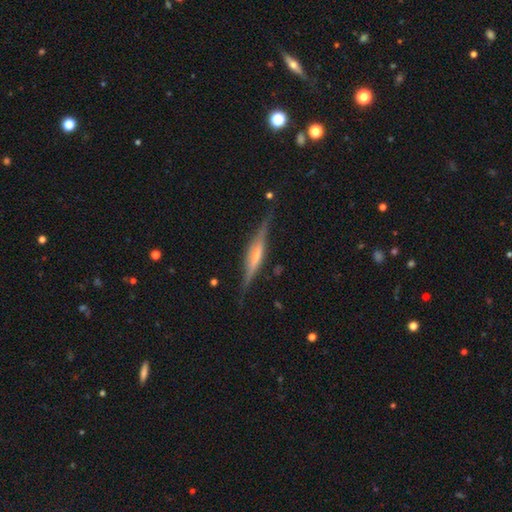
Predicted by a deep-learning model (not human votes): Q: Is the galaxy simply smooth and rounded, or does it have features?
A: featured or disk — 73%.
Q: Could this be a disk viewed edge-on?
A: yes — 96%.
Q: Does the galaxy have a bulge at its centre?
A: rounded — 48%.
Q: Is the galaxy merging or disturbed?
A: none — 82%.